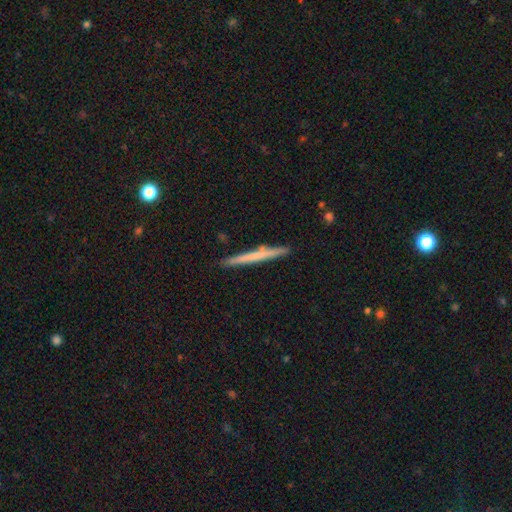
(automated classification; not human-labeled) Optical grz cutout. It shows a smooth galaxy with no disk features (52%) that is cigar-shaped (97%). Merging: none (90%).